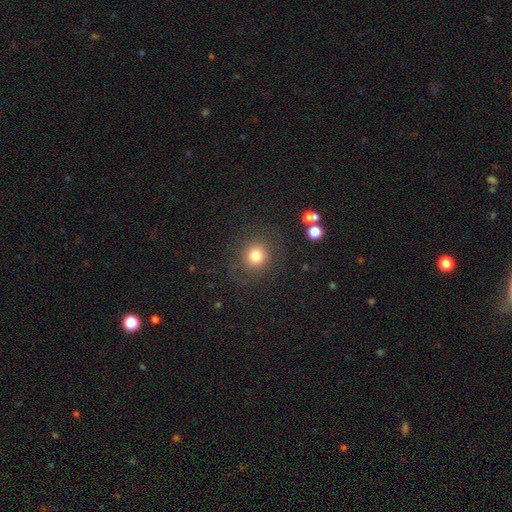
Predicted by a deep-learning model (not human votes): This is likely a smooth galaxy (77%). How rounded: clearly round (87%). Merging: clearly none (83%).